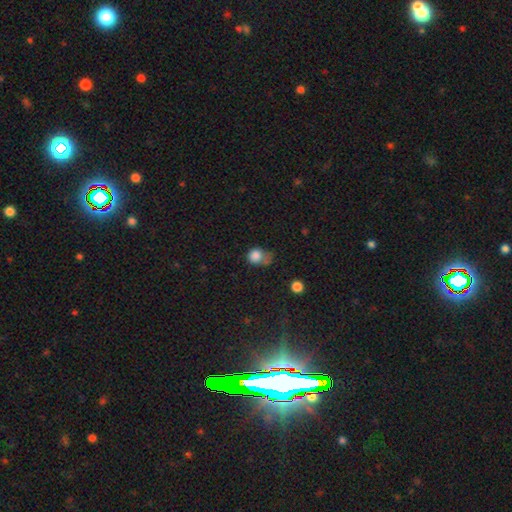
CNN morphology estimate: A smooth galaxy with no disk features (81%) that is round (69%). Merging: none (33%).